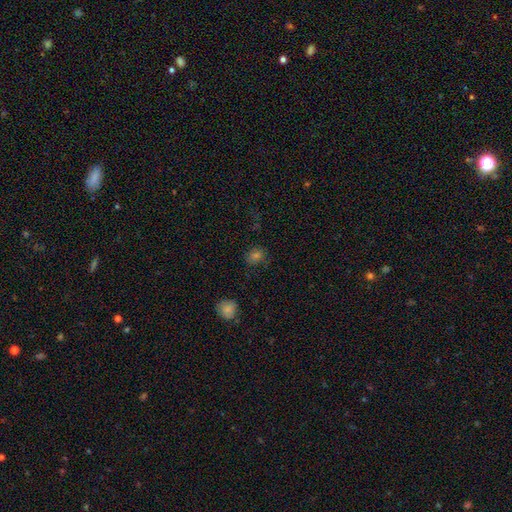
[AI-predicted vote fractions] Overall: smooth (65%; star or artifact 25%). How rounded: round (65%; in between 34%). Merging: none (77%).